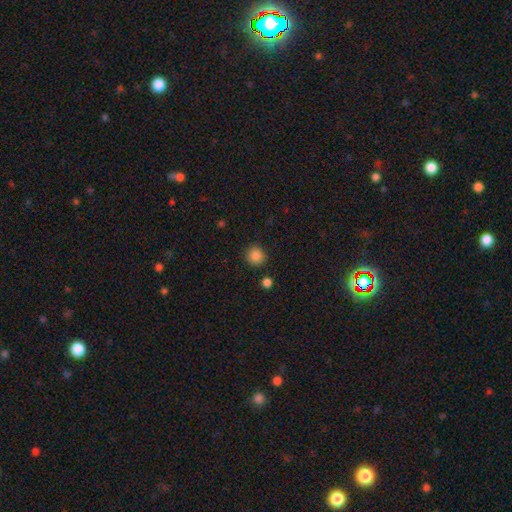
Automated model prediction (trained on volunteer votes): The model was most divided on "smooth or featured": smooth: 86%, star or artifact: 10%, featured or disk: 4%. More confident: how rounded — round (92%); merging — none (88%).